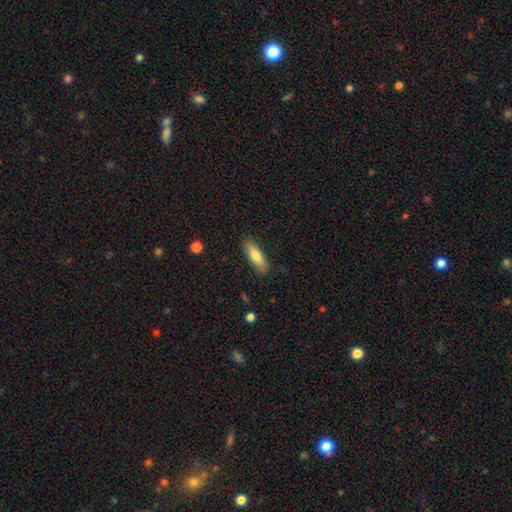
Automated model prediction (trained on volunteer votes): Smooth or featured: smooth — 76% (featured or disk — 18%)
How rounded: in between — 50% (cigar-shaped — 48%)
Merging: none — 86% (minor disturbance — 11%)